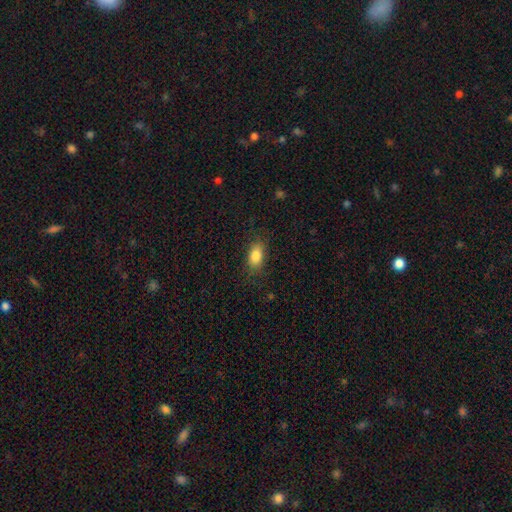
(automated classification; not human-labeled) Smooth or featured? Predicted: smooth (p=0.84). How rounded? Predicted: in between (p=0.87). Merging? Predicted: none (p=0.80).